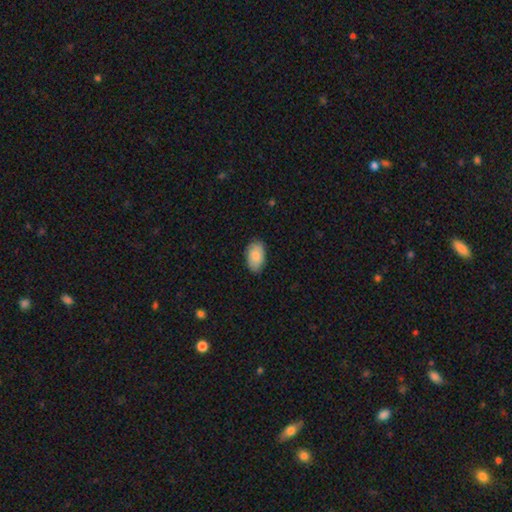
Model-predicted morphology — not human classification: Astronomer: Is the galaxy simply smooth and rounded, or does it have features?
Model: smooth — 86%.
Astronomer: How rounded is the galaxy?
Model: in between — 94%.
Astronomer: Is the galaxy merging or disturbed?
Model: none — 83%.